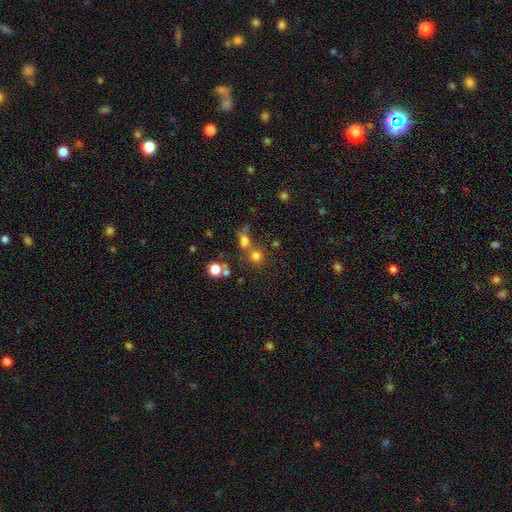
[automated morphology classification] Overall: smooth (69%). How rounded: round (87%). Merging: none (55%; merger 32%).